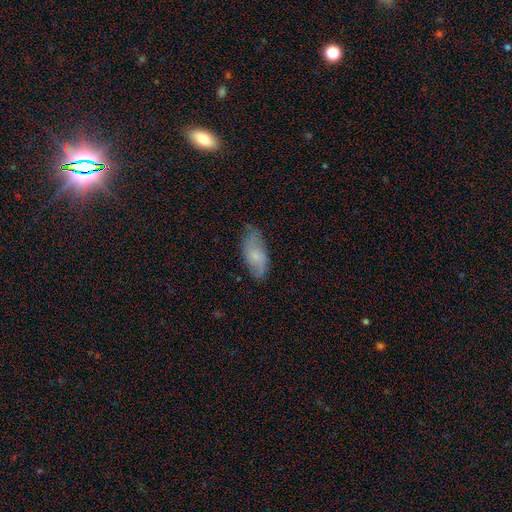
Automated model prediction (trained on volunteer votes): Smooth or featured? Predicted: smooth (p=0.59). How rounded? Predicted: in between (p=0.87). Merging? Predicted: none (p=0.68).